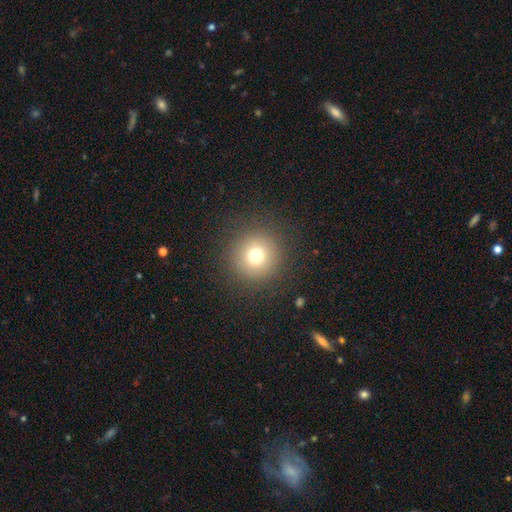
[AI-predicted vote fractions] The model was most divided on "smooth or featured": smooth: 74%, star or artifact: 16%, featured or disk: 10%. More confident: how rounded — round (96%); merging — none (90%).